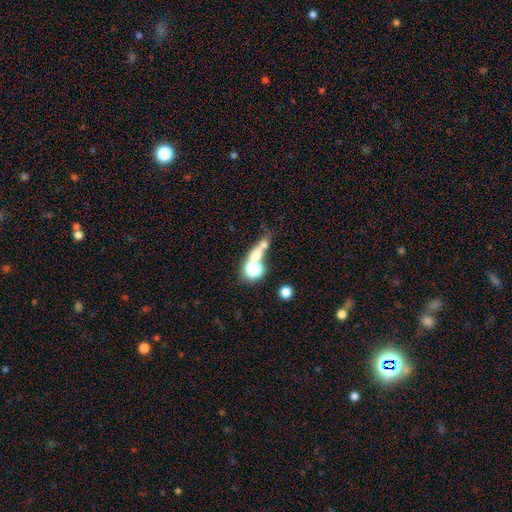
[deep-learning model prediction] Q: Smooth or featured?
A: smooth (54%); runner-up: featured or disk (24%)
Q: How rounded?
A: round (57%); runner-up: in between (30%)
Q: Merging?
A: merger (50%); runner-up: none (32%)